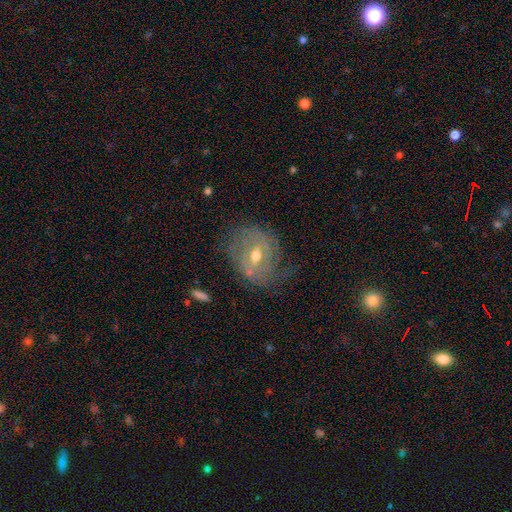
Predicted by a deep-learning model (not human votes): featured or disk 66%, smooth 21%, star or artifact 12%. Down the decision tree: edge-on disk — no (95%); bar — weak (45%); spiral arms — yes (76%); bulge size — moderate (61%); merging — none (64%).